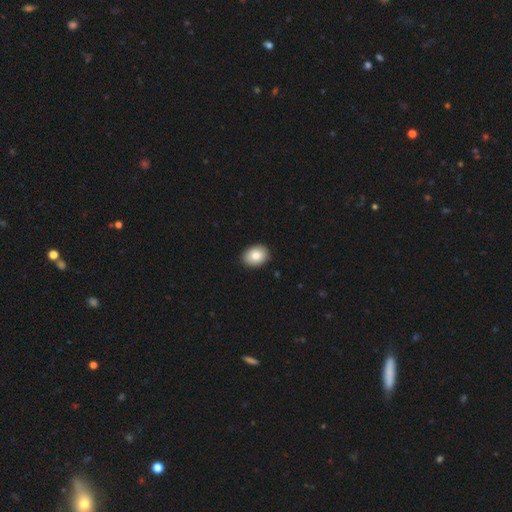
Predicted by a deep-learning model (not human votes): smooth-or-featured: smooth: 84% | featured or disk: 9% | star or artifact: 8%
  how-rounded: in between: 68% | round: 31% | cigar-shaped: 1%
  merging: none: 90% | minor disturbance: 7% | major disturbance: 2% | merger: 1%